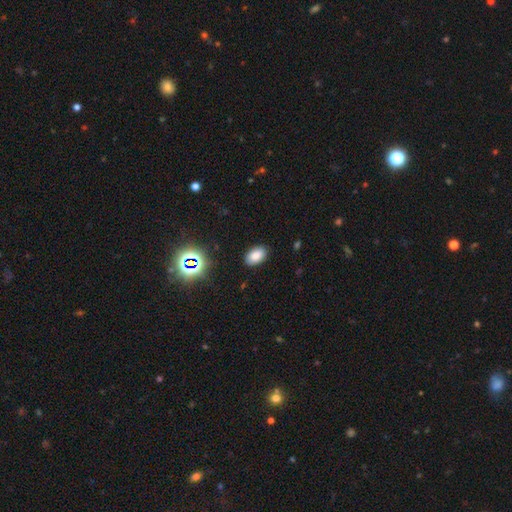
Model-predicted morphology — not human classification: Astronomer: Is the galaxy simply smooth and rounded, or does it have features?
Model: smooth — 81%.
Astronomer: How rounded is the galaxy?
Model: in between — 91%.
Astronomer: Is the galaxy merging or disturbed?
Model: none — 88%.